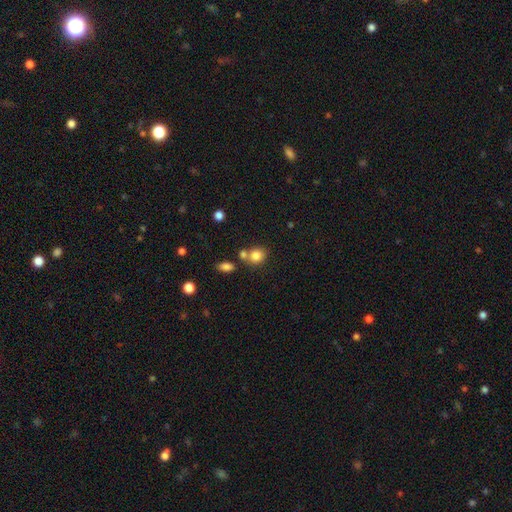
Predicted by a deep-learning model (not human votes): smooth_or_featured: smooth (p=0.83) [alt: star or artifact p=0.10]
how_rounded: round (p=0.73) [alt: in between p=0.25]
merging: none (p=0.58) [alt: merger p=0.28]